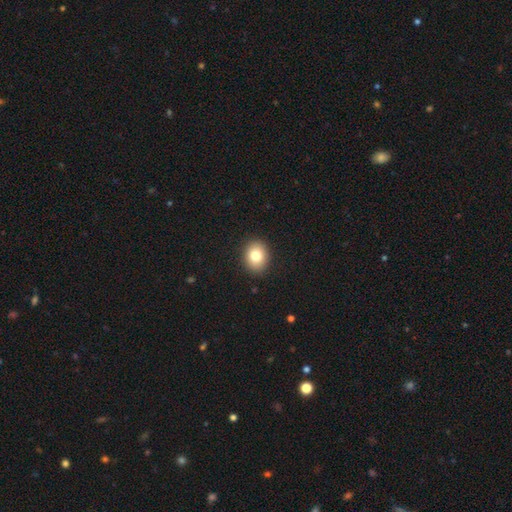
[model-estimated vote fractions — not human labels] The model was most divided on "how rounded": round: 52%, in between: 47%, cigar-shaped: 1%. More confident: merging — none (91%); smooth or featured — smooth (79%).